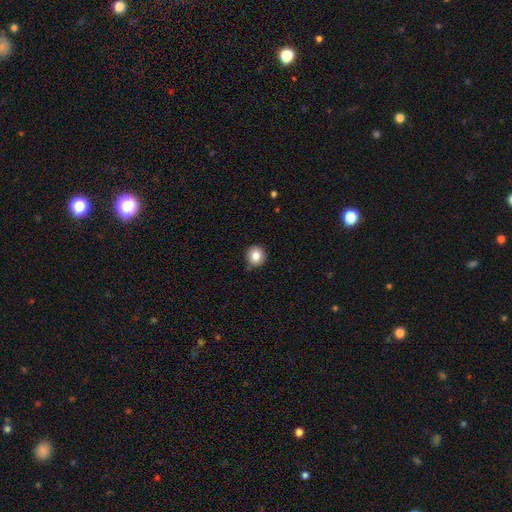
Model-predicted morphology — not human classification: Smooth or featured?
  - smooth: 84% *
  - star or artifact: 10%
  - featured or disk: 7%
How rounded?
  - round: 92% *
  - in between: 7%
  - cigar-shaped: 1%
Merging?
  - none: 87% *
  - minor disturbance: 9%
  - major disturbance: 2%
  - merger: 2%